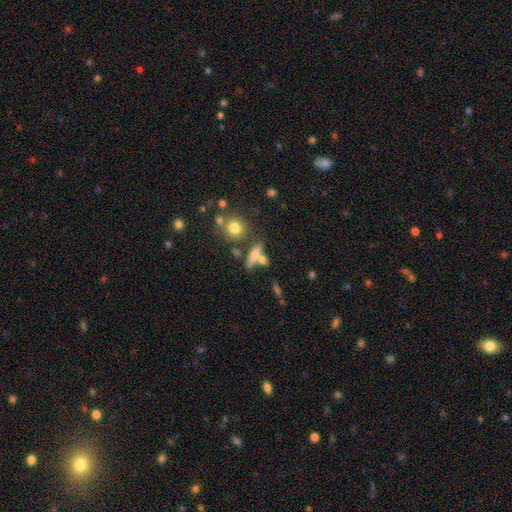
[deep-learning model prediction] A smooth galaxy with no disk features (62%) that is cigar-shaped (51%).

Vote fractions:
- Smooth or featured? smooth: 62% / featured or disk: 26% / star or artifact: 12%
- How rounded? cigar-shaped: 51% / in between: 35% / round: 14%
- Merging? none: 55% / merger: 27% / minor disturbance: 12% / major disturbance: 6%